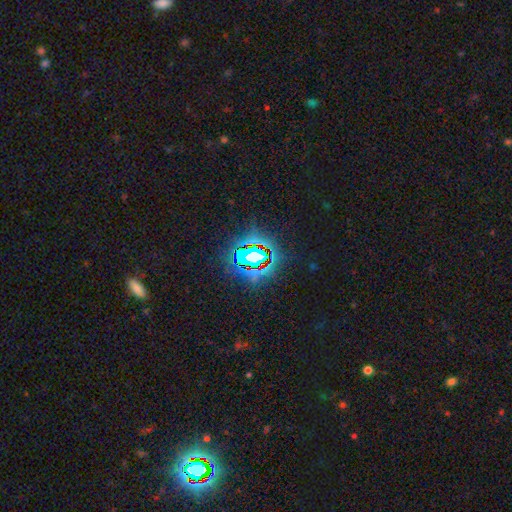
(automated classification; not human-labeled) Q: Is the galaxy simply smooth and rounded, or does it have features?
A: star or artifact — 76%.